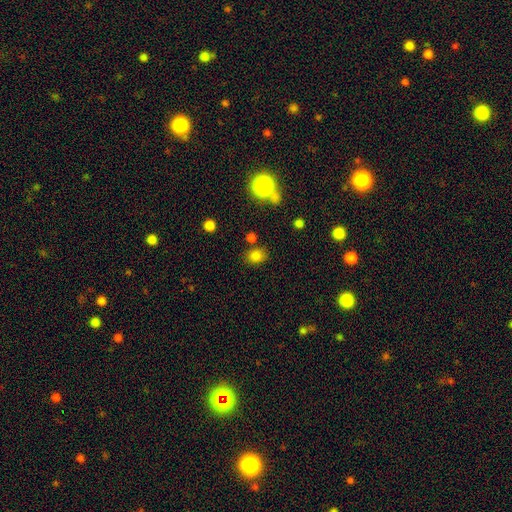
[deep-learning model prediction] Q: Smooth or featured?
A: smooth (78%); runner-up: star or artifact (16%)
Q: How rounded?
A: round (55%); runner-up: in between (44%)
Q: Merging?
A: none (75%); runner-up: minor disturbance (12%)